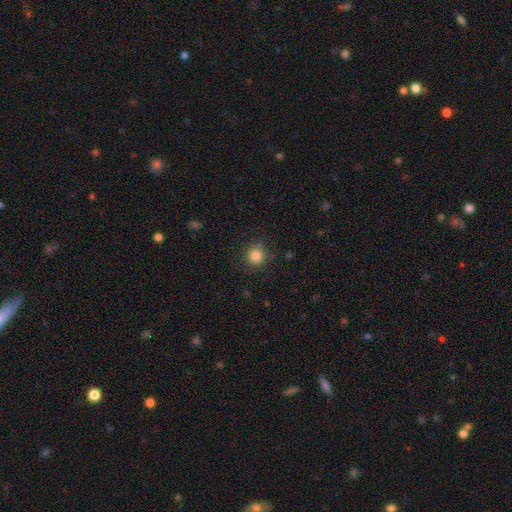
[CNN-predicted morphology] smooth 84%, star or artifact 12%, featured or disk 5%. Down the decision tree: how rounded — round (89%); merging — none (84%).